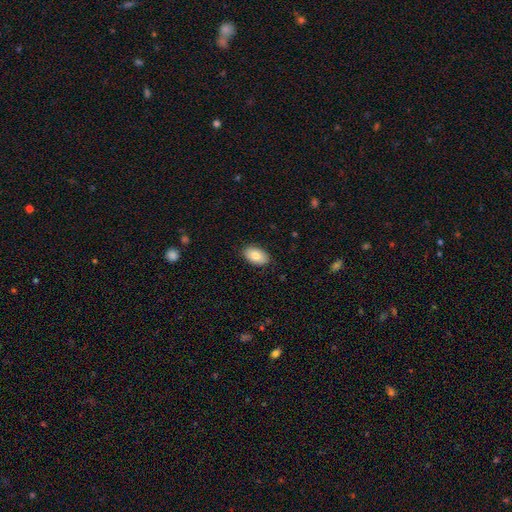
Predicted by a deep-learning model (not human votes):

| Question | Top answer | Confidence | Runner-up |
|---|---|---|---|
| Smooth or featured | smooth | 86% | featured or disk (8%) |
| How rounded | in between | 94% | round (5%) |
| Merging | none | 87% | minor disturbance (10%) |